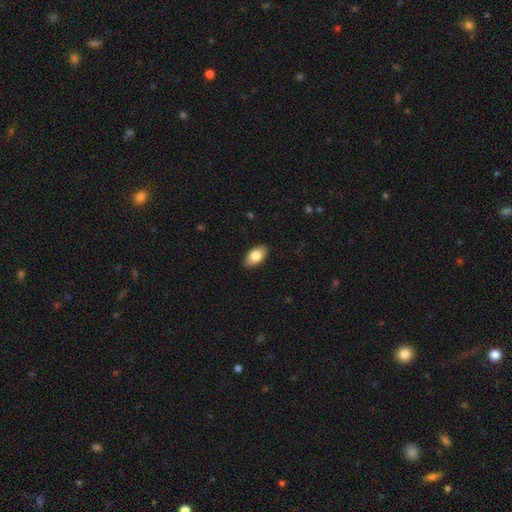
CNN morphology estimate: Smooth or featured? smooth (81%)
How rounded? in between (94%)
Merging? none (89%)